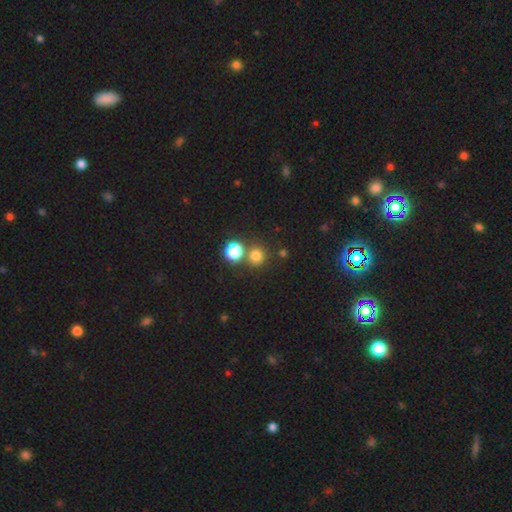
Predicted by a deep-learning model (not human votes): Smooth or featured: smooth — 76% (star or artifact — 18%)
How rounded: round — 91% (in between — 8%)
Merging: none — 69% (merger — 21%)